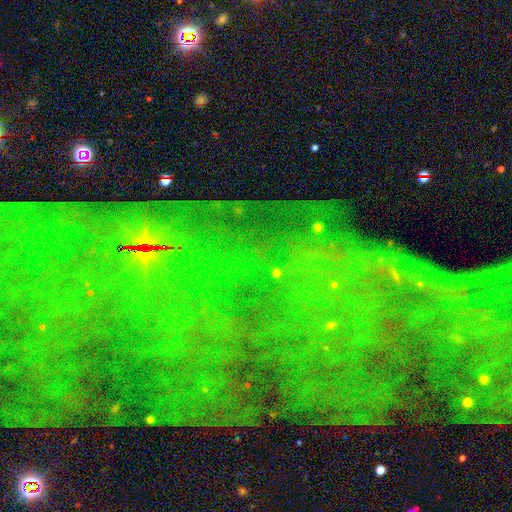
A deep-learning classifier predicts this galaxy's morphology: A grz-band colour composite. It shows a star or artifact, not a galaxy (73%).